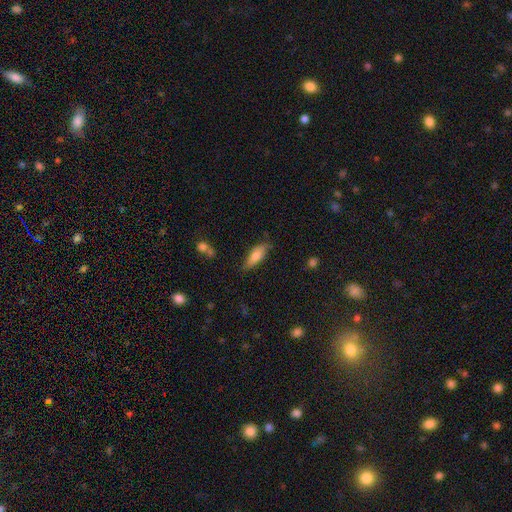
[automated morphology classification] smooth 70%, featured or disk 23%, star or artifact 7%. Down the decision tree: how rounded — in between (60%); merging — none (73%).